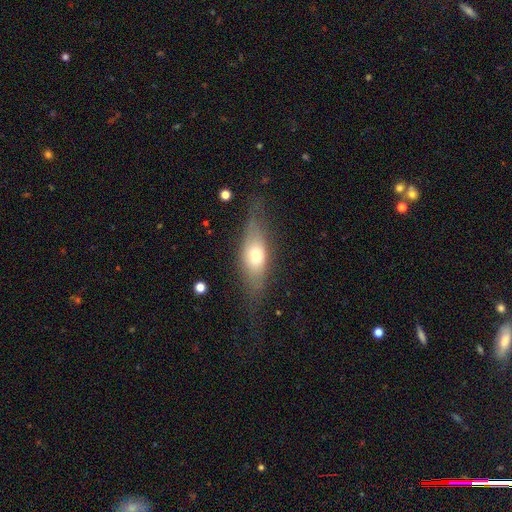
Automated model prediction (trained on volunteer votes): Smooth or featured? Predicted: smooth (p=0.56). How rounded? Predicted: in between (p=0.60). Merging? Predicted: none (p=0.66).